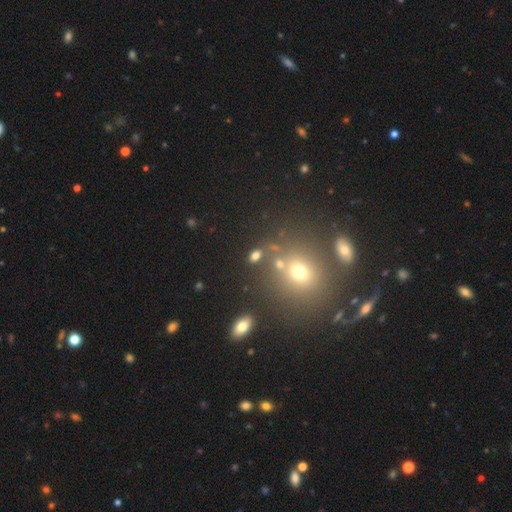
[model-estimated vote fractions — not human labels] Smooth or featured? smooth (69%)
How rounded? in between (65%)
Merging? none (69%)